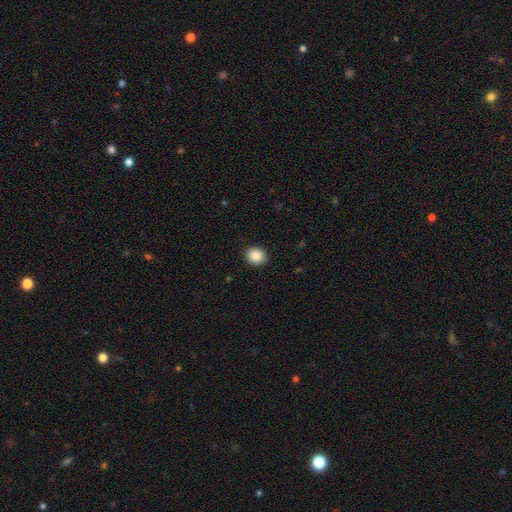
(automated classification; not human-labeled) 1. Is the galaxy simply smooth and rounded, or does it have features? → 87% smooth, 9% star or artifact, 5% featured or disk.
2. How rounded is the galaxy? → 69% round, 30% in between, 1% cigar-shaped.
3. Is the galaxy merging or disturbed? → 91% none, 6% minor disturbance, 2% major disturbance, 1% merger.